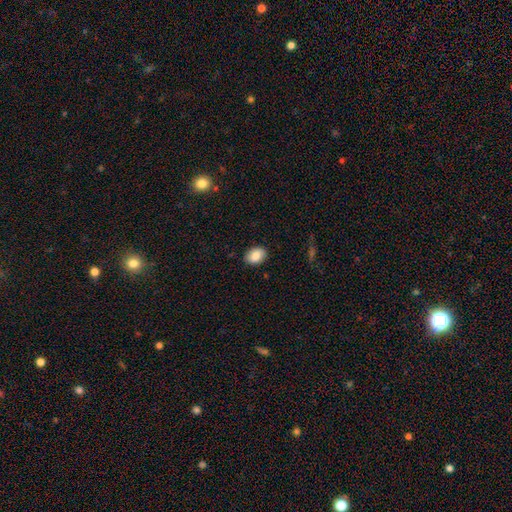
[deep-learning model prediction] smooth-or-featured: smooth: 83% | featured or disk: 9% | star or artifact: 8%
  how-rounded: in between: 72% | round: 26% | cigar-shaped: 1%
  merging: none: 87% | minor disturbance: 10% | major disturbance: 2% | merger: 1%